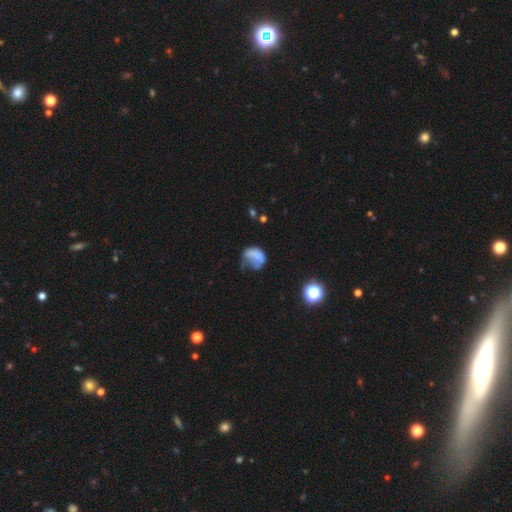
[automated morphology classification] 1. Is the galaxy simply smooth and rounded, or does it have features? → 58% smooth, 29% featured or disk, 13% star or artifact.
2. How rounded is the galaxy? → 58% in between, 40% round, 1% cigar-shaped.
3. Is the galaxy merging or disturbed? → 42% major disturbance, 28% minor disturbance, 25% none, 6% merger.